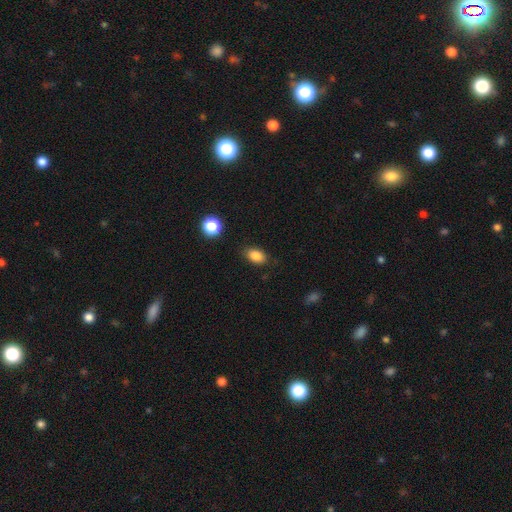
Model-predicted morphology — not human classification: A smooth galaxy with no disk features (85%) that is in between round and cigar-shaped (84%).

Vote fractions:
- Smooth or featured? smooth: 85% / star or artifact: 10% / featured or disk: 5%
- How rounded? in between: 84% / round: 15% / cigar-shaped: 2%
- Merging? none: 83% / minor disturbance: 12% / major disturbance: 3% / merger: 2%